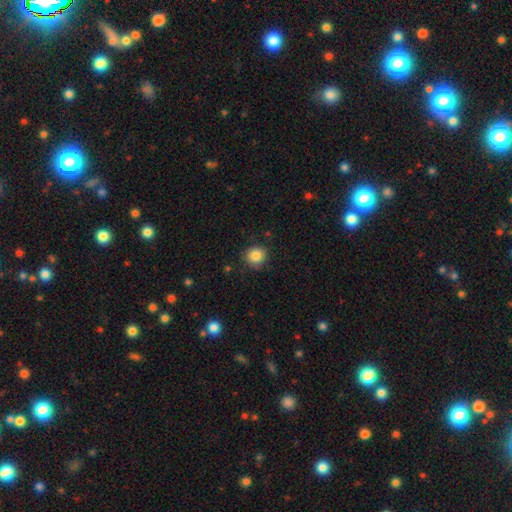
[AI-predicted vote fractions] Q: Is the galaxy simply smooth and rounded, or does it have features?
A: smooth — 85%.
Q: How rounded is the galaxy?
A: round — 90%.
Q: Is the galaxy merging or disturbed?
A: none — 86%.